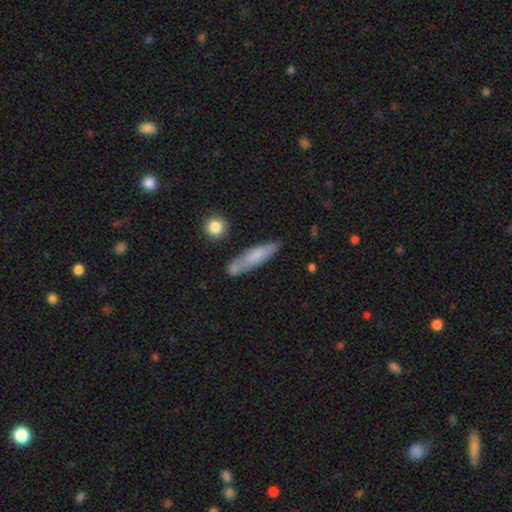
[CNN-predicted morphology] This appears to be a smooth galaxy with no disk features (72%) that is cigar-shaped (77%). Merging: none (71%).